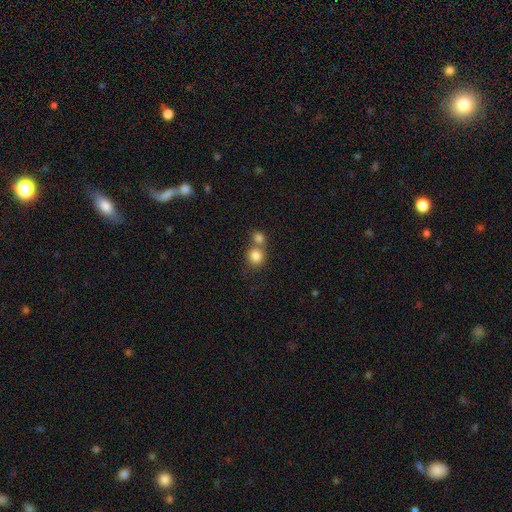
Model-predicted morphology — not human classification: A smooth galaxy with no disk features (83%) that is round (85%).

Vote fractions:
- Smooth or featured? smooth: 83% / star or artifact: 10% / featured or disk: 7%
- How rounded? round: 85% / in between: 14% / cigar-shaped: 1%
- Merging? merger: 47% / none: 43% / minor disturbance: 7% / major disturbance: 3%